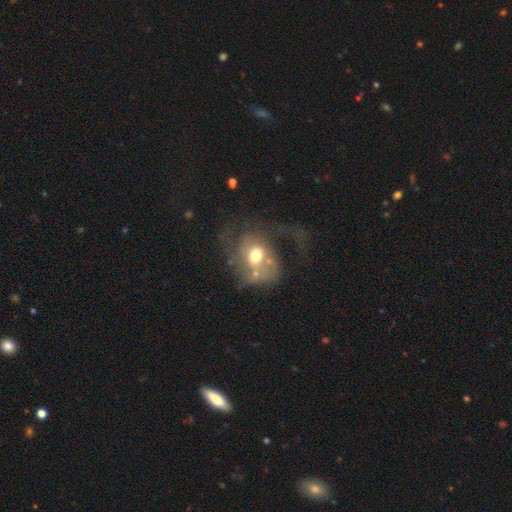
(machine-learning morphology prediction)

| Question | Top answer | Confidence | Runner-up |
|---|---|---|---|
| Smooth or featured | featured or disk | 56% | smooth (35%) |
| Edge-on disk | no | 96% | yes (4%) |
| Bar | no | 70% | weak (25%) |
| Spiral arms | yes | 66% | no (34%) |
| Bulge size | moderate | 69% | large (16%) |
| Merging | major disturbance | 50% | none (24%) |